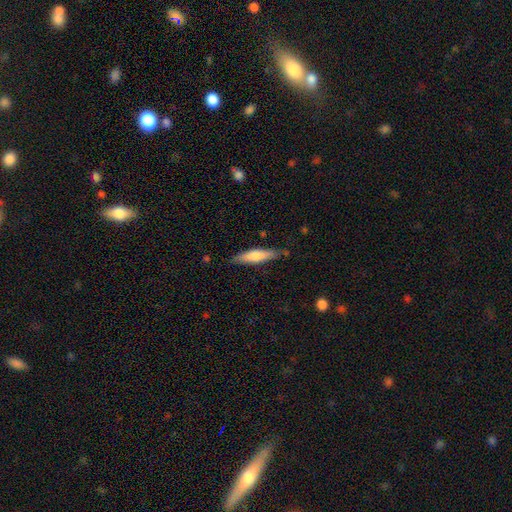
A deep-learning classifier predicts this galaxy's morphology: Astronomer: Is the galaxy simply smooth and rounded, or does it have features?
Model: smooth — 63%.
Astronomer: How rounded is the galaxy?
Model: cigar-shaped — 73%.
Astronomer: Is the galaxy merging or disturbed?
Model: none — 81%.